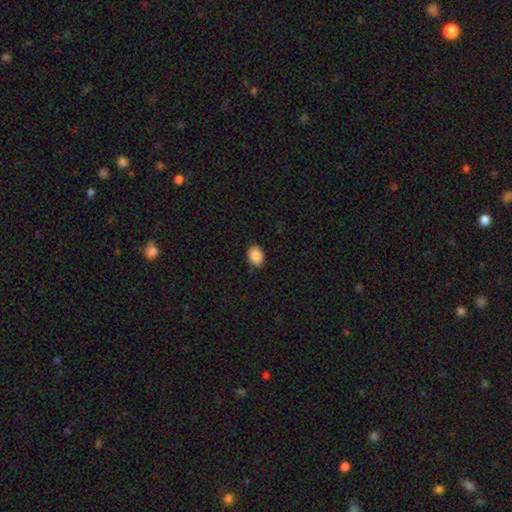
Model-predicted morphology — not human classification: Q: Smooth or featured?
A: smooth (89%); runner-up: star or artifact (8%)
Q: How rounded?
A: in between (66%); runner-up: round (34%)
Q: Merging?
A: none (88%); runner-up: minor disturbance (9%)